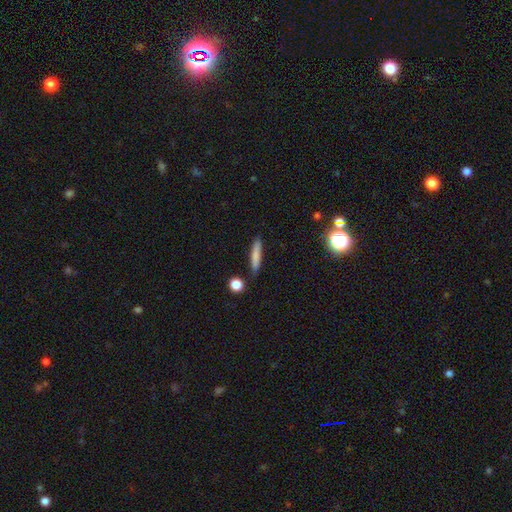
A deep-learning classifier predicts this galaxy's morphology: Overall: smooth (79%). How rounded: cigar-shaped (88%). Merging: none (84%).